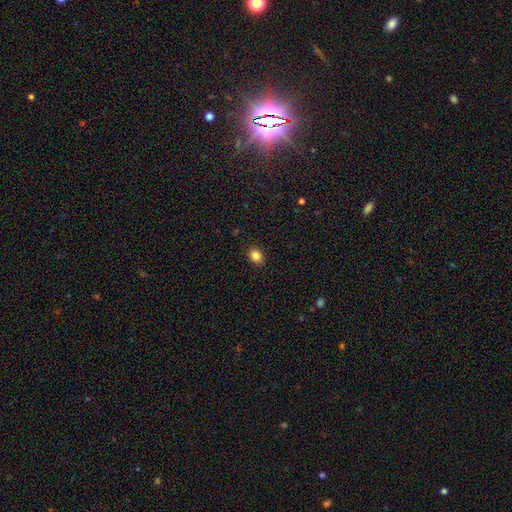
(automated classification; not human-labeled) Q: Smooth or featured?
A: smooth (84%); runner-up: star or artifact (11%)
Q: How rounded?
A: in between (54%); runner-up: round (45%)
Q: Merging?
A: none (90%); runner-up: minor disturbance (7%)